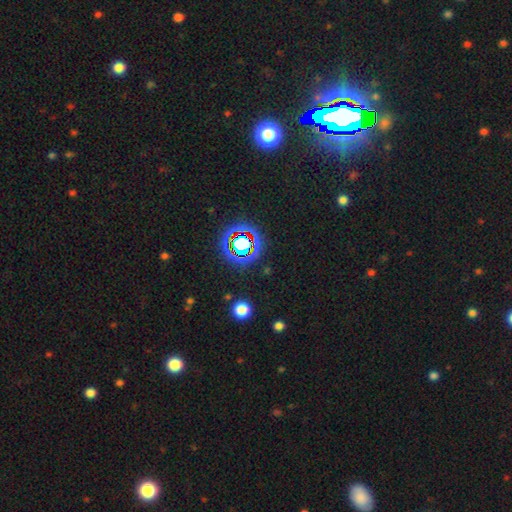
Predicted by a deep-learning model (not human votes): Smooth or featured? Predicted: star or artifact (p=0.79).